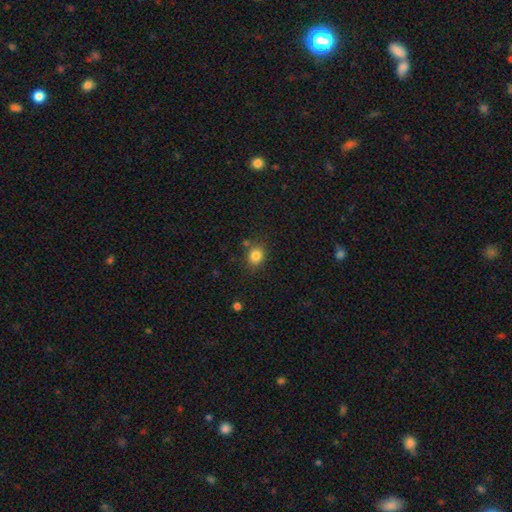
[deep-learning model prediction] A smooth galaxy with no disk features (83%) that is round (68%).

Vote fractions:
- Smooth or featured? smooth: 83% / star or artifact: 11% / featured or disk: 6%
- How rounded? round: 68% / in between: 31% / cigar-shaped: 1%
- Merging? none: 78% / minor disturbance: 13% / merger: 6% / major disturbance: 4%